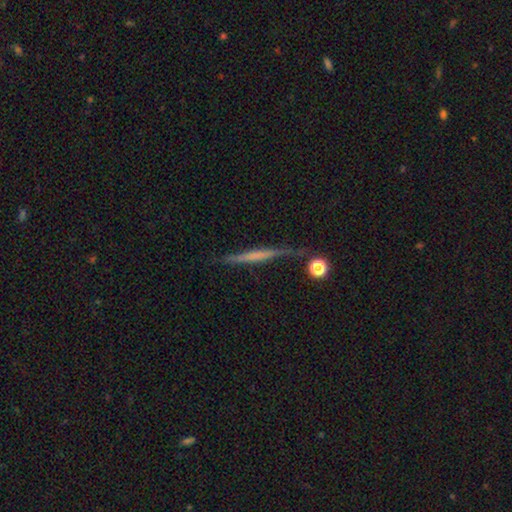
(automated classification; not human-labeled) A featured or disk galaxy (56%) viewed edge-on (96%) with no central bulge (68%).

Vote fractions:
- Smooth or featured? featured or disk: 56% / smooth: 36% / star or artifact: 8%
- Edge-on disk? yes: 96% / no: 4%
- Edge-on bulge? none: 68% / rounded: 17% / boxy: 16%
- Merging? none: 78% / minor disturbance: 14% / major disturbance: 4% / merger: 4%